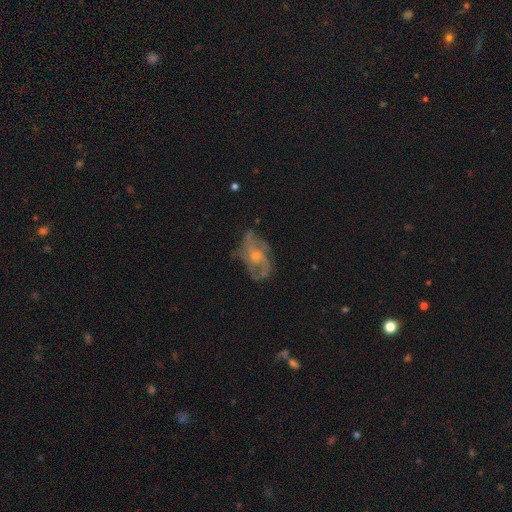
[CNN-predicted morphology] The model was most divided on "bulge size": small: 49%, moderate: 46%, none: 3%, large: 2%, dominant: 1%. Remaining: edge-on disk — no (95%); spiral arms — yes (81%); smooth or featured — featured or disk (76%); bar — no (71%); merging — none (63%); spiral winding — medium (43%); spiral arm count — 2 (32%).